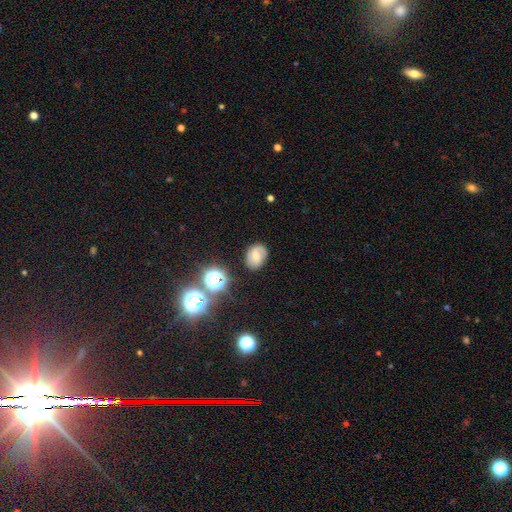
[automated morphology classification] type=smooth (48%); merging=none (76%).